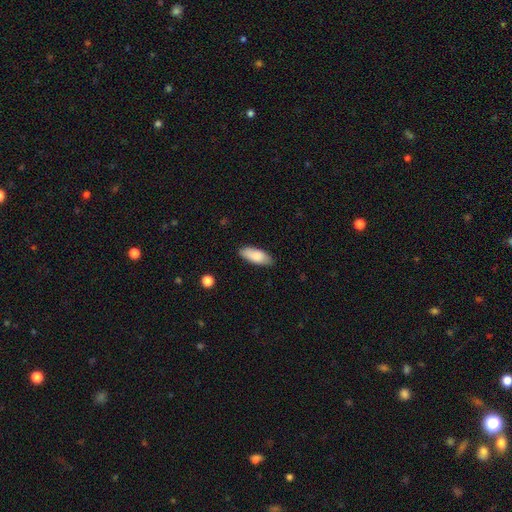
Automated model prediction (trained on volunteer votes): A smooth galaxy with no disk features (84%) that is in between round and cigar-shaped (79%). Merging: none (84%).